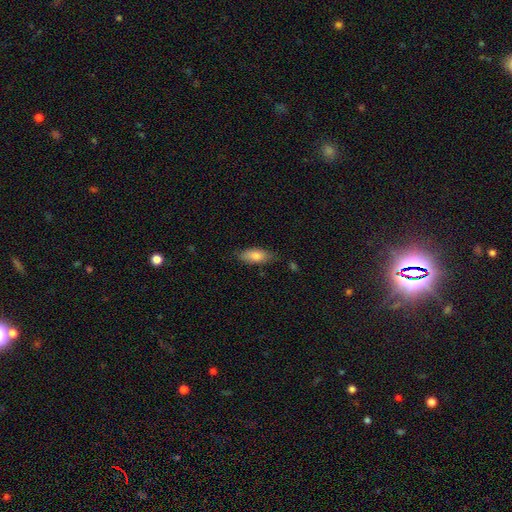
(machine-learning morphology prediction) Smooth or featured? Predicted: smooth (p=0.79). How rounded? Predicted: in between (p=0.81). Merging? Predicted: none (p=0.78).